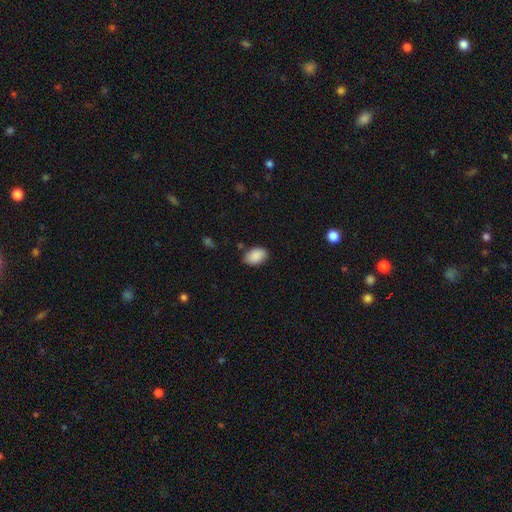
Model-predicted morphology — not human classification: This appears to be a smooth galaxy with no disk features (89%) that is in between round and cigar-shaped (90%). Merging: none (81%).